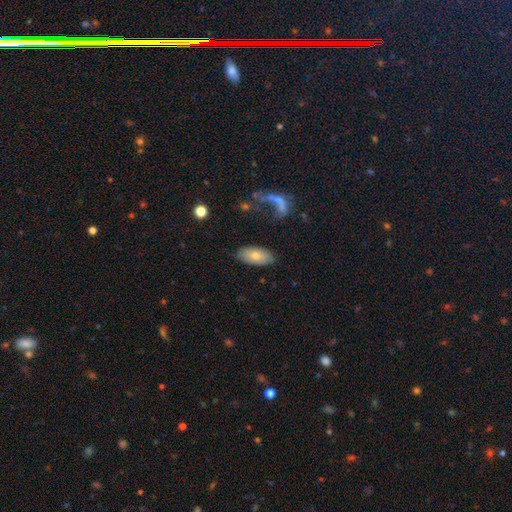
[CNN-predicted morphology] Q: Smooth or featured?
A: smooth (74%); runner-up: featured or disk (19%)
Q: How rounded?
A: in between (92%); runner-up: cigar-shaped (5%)
Q: Merging?
A: none (82%); runner-up: minor disturbance (12%)